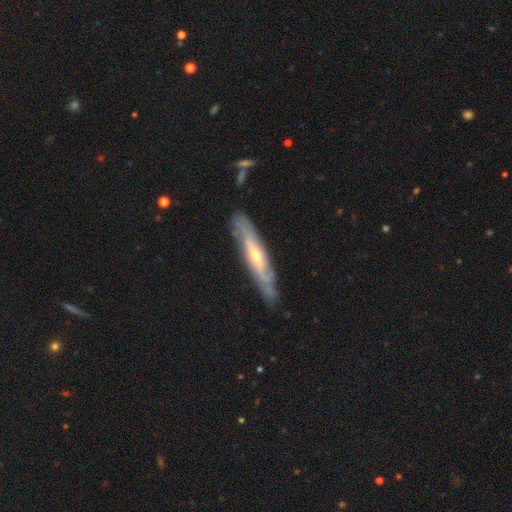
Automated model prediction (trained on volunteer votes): Smooth or featured?
  - featured or disk: 71% *
  - smooth: 24%
  - star or artifact: 5%
Edge-on disk?
  - yes: 56% *
  - no: 44%
Merging?
  - none: 79% *
  - minor disturbance: 16%
  - major disturbance: 4%
  - merger: 2%